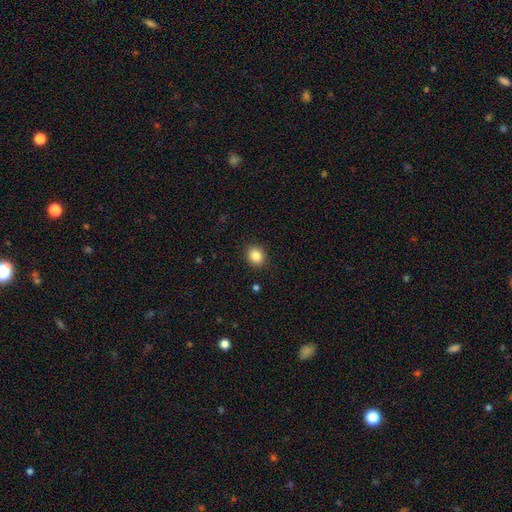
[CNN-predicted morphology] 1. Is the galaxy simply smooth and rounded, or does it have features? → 86% smooth, 10% star or artifact, 4% featured or disk.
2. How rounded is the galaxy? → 75% round, 24% in between, 1% cigar-shaped.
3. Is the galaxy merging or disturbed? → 90% none, 7% minor disturbance, 2% major disturbance, 1% merger.